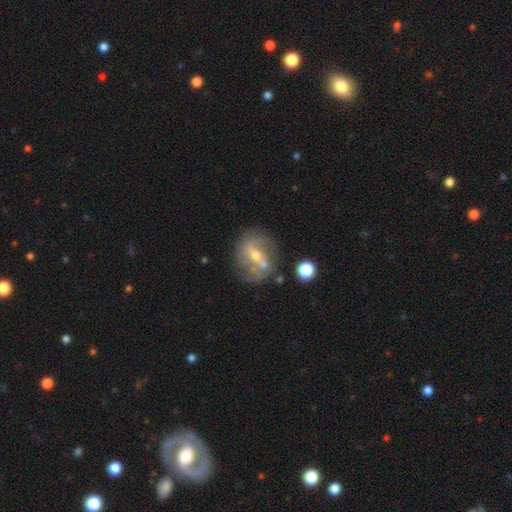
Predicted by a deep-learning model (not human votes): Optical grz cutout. It shows a featured or disk galaxy (68%) with a weak bar (40%), spiral arms (61%) and a moderate central bulge (53%). Merging: none (64%).